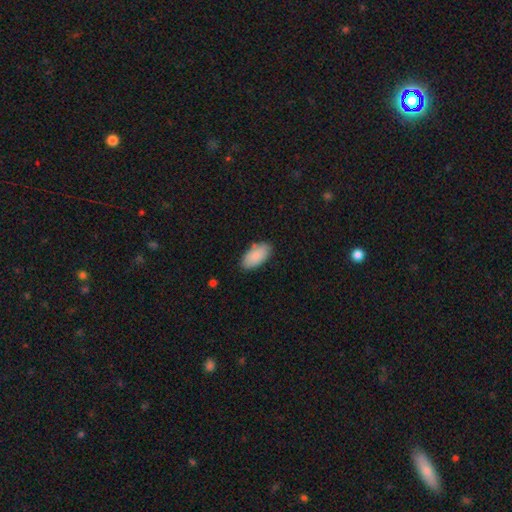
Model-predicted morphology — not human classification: A smooth galaxy with no disk features (89%) that is in between round and cigar-shaped (94%).

Vote fractions:
- Smooth or featured? smooth: 89% / star or artifact: 6% / featured or disk: 5%
- How rounded? in between: 94% / cigar-shaped: 4% / round: 2%
- Merging? none: 84% / minor disturbance: 12% / major disturbance: 2% / merger: 1%